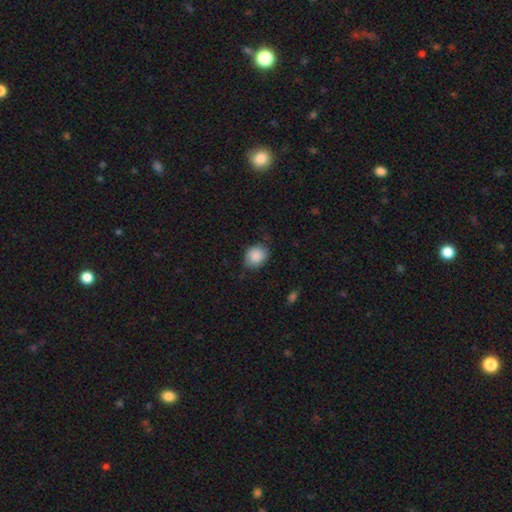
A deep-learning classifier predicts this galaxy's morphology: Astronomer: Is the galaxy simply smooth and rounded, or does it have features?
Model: smooth — 87%.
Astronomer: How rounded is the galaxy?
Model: round — 55% (runner-up: in between, 44%).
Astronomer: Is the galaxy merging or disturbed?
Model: none — 69%.